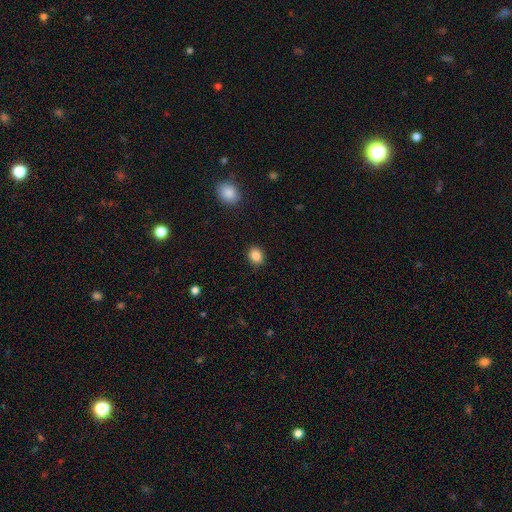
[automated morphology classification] Smooth or featured?
  - smooth: 86% *
  - star or artifact: 10%
  - featured or disk: 4%
How rounded?
  - round: 62% *
  - in between: 37%
  - cigar-shaped: 1%
Merging?
  - none: 89% *
  - minor disturbance: 7%
  - major disturbance: 2%
  - merger: 1%